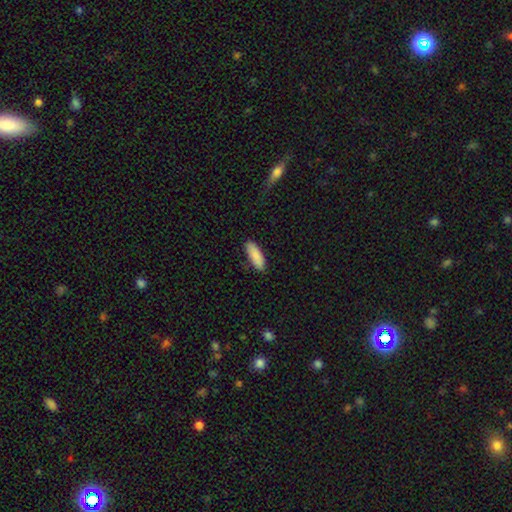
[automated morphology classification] A smooth galaxy with no disk features (89%) that is in between round and cigar-shaped (66%).

Vote fractions:
- Smooth or featured? smooth: 89% / star or artifact: 6% / featured or disk: 6%
- How rounded? in between: 66% / cigar-shaped: 32% / round: 2%
- Merging? none: 84% / minor disturbance: 13% / major disturbance: 2% / merger: 1%